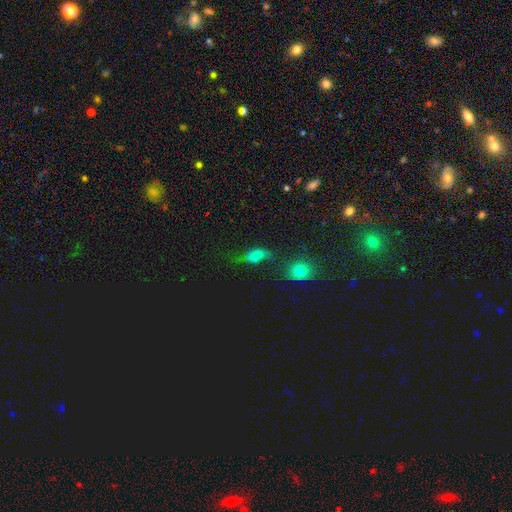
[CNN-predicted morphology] A smooth galaxy with no disk features (64%) that is in between round and cigar-shaped (81%).

Vote fractions:
- Smooth or featured? smooth: 64% / star or artifact: 23% / featured or disk: 13%
- How rounded? in between: 81% / round: 11% / cigar-shaped: 7%
- Merging? none: 41% / minor disturbance: 25% / major disturbance: 22% / merger: 13%